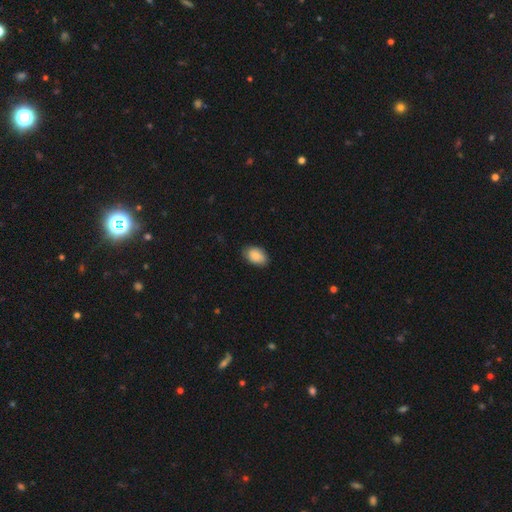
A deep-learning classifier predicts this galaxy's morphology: The model was most divided on "merging": none: 80%, minor disturbance: 16%, major disturbance: 3%, merger: 1%. More confident: smooth or featured — smooth (87%); how rounded — in between (86%).